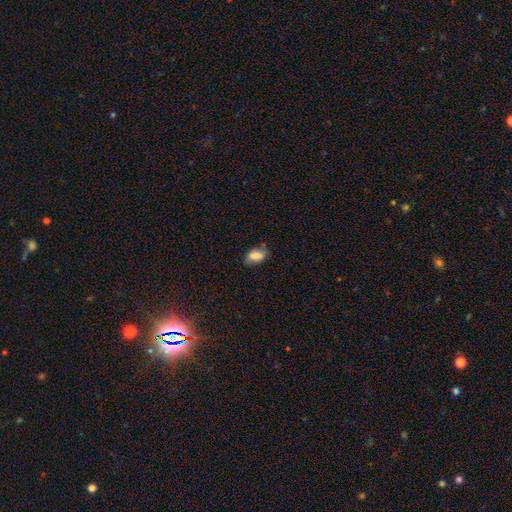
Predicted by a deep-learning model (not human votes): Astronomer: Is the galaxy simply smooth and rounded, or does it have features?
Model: smooth — 84%.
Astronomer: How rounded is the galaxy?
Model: in between — 90%.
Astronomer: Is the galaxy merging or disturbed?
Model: none — 71%.